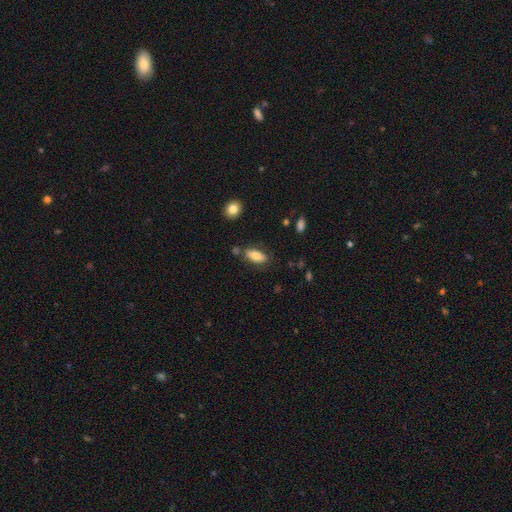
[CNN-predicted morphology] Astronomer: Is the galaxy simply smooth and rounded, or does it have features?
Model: smooth — 78%.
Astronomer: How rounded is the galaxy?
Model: in between — 86%.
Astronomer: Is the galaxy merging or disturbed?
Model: none — 76%.